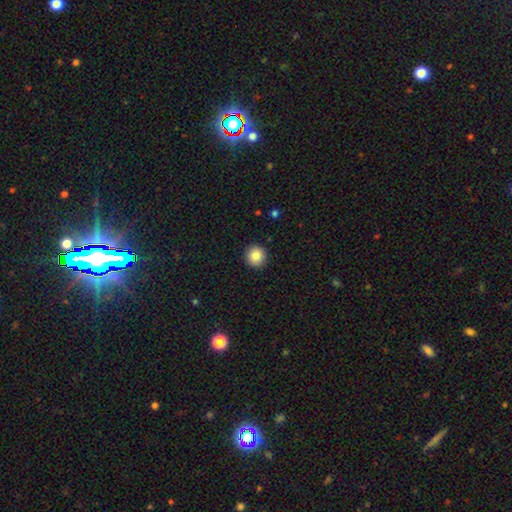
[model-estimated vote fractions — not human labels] Smooth or featured: smooth — 84% (star or artifact — 9%)
How rounded: round — 94% (in between — 5%)
Merging: none — 92% (minor disturbance — 5%)